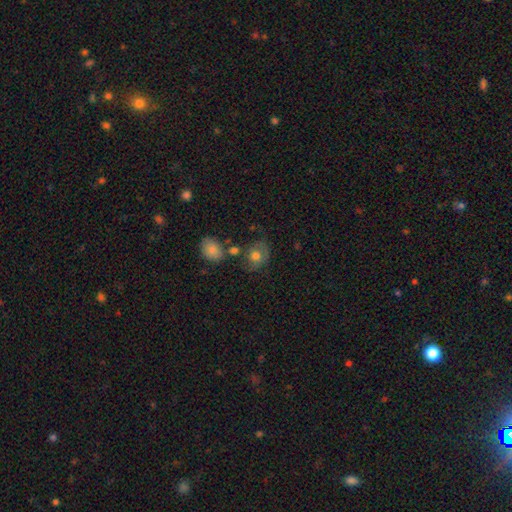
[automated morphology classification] Q: Smooth or featured?
A: smooth (72%); runner-up: featured or disk (19%)
Q: How rounded?
A: round (59%); runner-up: in between (40%)
Q: Merging?
A: none (58%); runner-up: minor disturbance (21%)